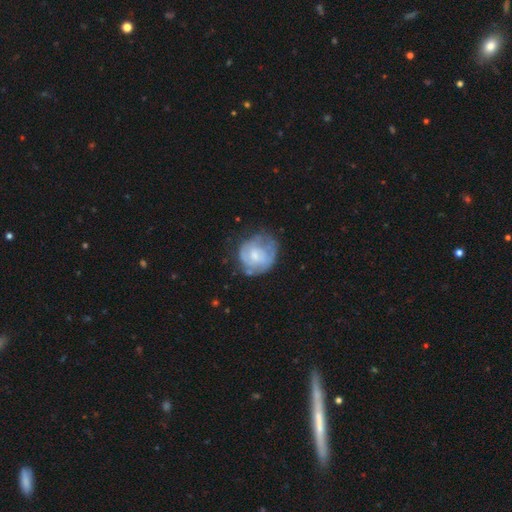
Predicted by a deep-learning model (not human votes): A featured or disk galaxy (52%) with no bar (69%), spiral arms (51%) and a moderate central bulge (43%).

Vote fractions:
- Smooth or featured? featured or disk: 52% / smooth: 41% / star or artifact: 7%
- Edge-on disk? no: 98% / yes: 2%
- Bar? no: 69% / weak: 27% / strong: 4%
- Spiral arms? yes: 51% / no: 49%
- Bulge size? moderate: 43% / small: 40% / none: 11% / large: 6% / dominant: 1%
- Merging? none: 51% / minor disturbance: 28% / major disturbance: 18% / merger: 3%